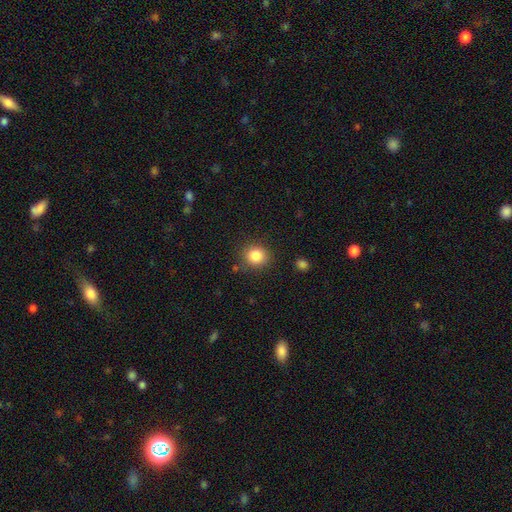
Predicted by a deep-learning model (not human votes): This is clearly a smooth galaxy (85%). How rounded: clearly round (84%). Merging: clearly none (86%).